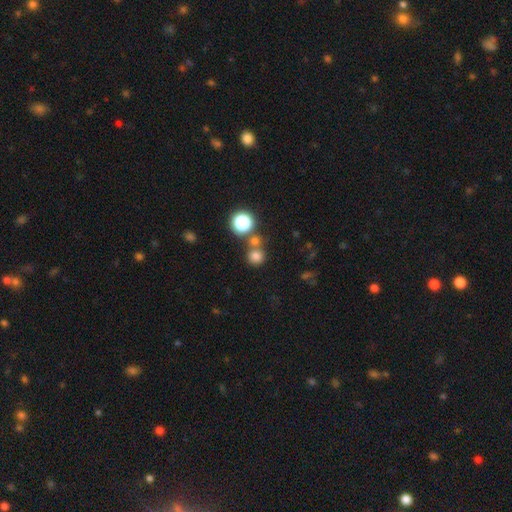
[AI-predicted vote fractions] Smooth or featured? Predicted: smooth (p=0.73). How rounded? Predicted: round (p=0.90). Merging? Predicted: none (p=0.65).